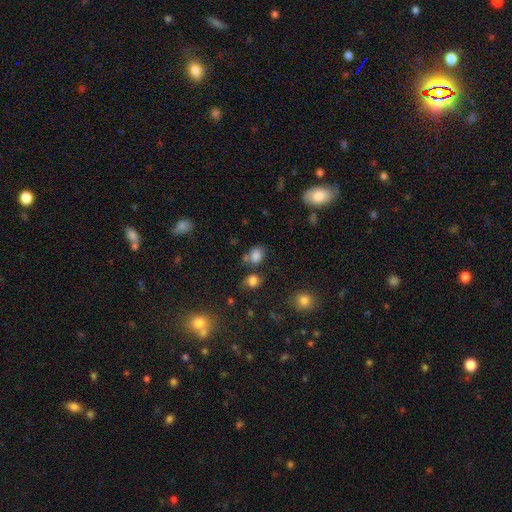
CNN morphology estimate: A smooth galaxy with no disk features (81%) that is round (50%).

Vote fractions:
- Smooth or featured? smooth: 81% / star or artifact: 13% / featured or disk: 6%
- How rounded? round: 50% / in between: 49% / cigar-shaped: 1%
- Merging? none: 60% / merger: 19% / minor disturbance: 15% / major disturbance: 5%